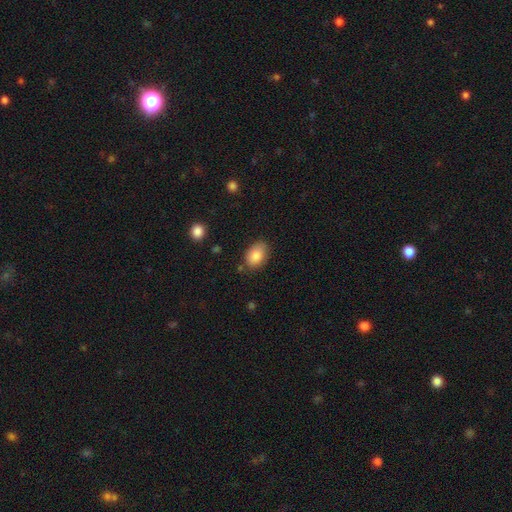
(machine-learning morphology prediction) smooth_or_featured: smooth (p=0.86) [alt: star or artifact p=0.07]
how_rounded: in between (p=0.83) [alt: round p=0.16]
merging: none (p=0.73) [alt: minor disturbance p=0.20]